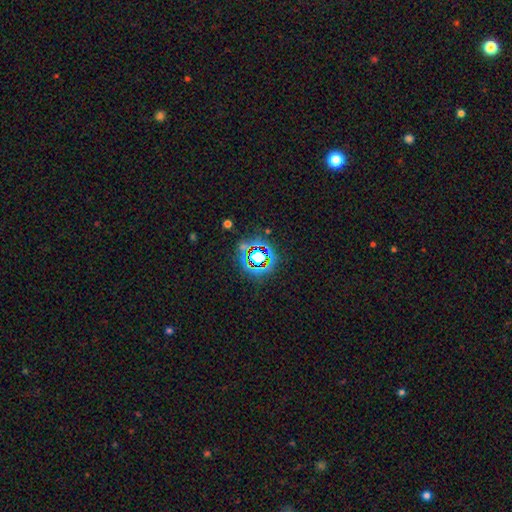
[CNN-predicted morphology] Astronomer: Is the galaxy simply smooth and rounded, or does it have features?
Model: star or artifact — 71%.